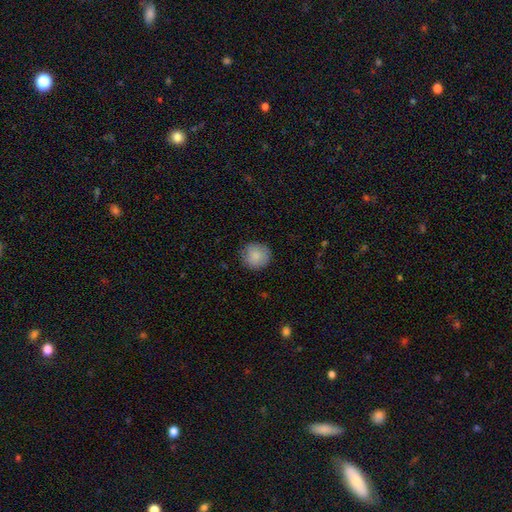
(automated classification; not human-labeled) A smooth galaxy with no disk features (87%) that is round (93%).

Vote fractions:
- Smooth or featured? smooth: 87% / star or artifact: 7% / featured or disk: 6%
- How rounded? round: 93% / in between: 6% / cigar-shaped: 1%
- Merging? none: 85% / minor disturbance: 12% / major disturbance: 3% / merger: 1%